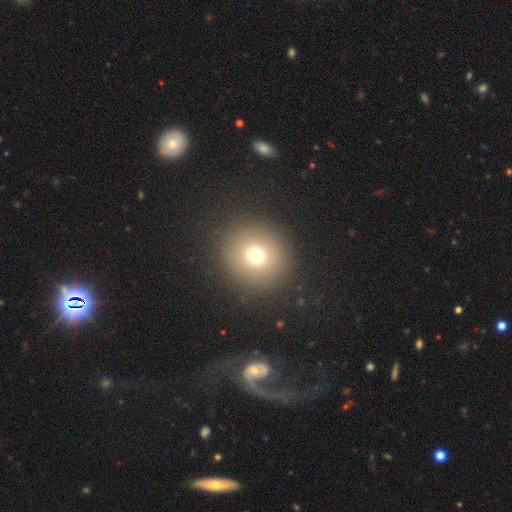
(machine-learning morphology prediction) The model was most divided on "smooth or featured": smooth: 71%, star or artifact: 18%, featured or disk: 10%. More confident: how rounded — round (92%); merging — none (89%).